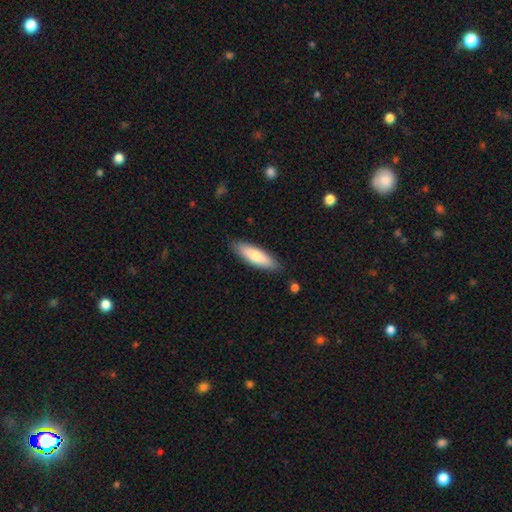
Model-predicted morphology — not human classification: The model was most divided on "how rounded": cigar-shaped: 56%, in between: 42%, round: 2%. More confident: merging — none (86%); smooth or featured — smooth (74%).